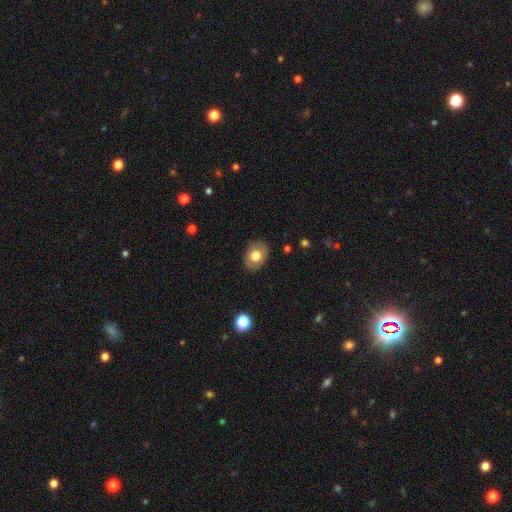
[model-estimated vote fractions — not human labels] smooth-or-featured: smooth: 74% | featured or disk: 18% | star or artifact: 8%
  how-rounded: in between: 72% | round: 27% | cigar-shaped: 1%
  merging: none: 86% | minor disturbance: 10% | major disturbance: 3% | merger: 1%